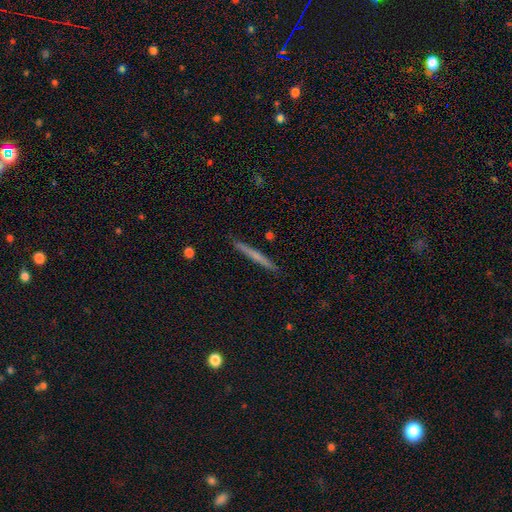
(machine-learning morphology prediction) The model was most divided on "smooth or featured": smooth: 53%, featured or disk: 41%, star or artifact: 6%. More confident: how rounded — cigar-shaped (97%); merging — none (91%).